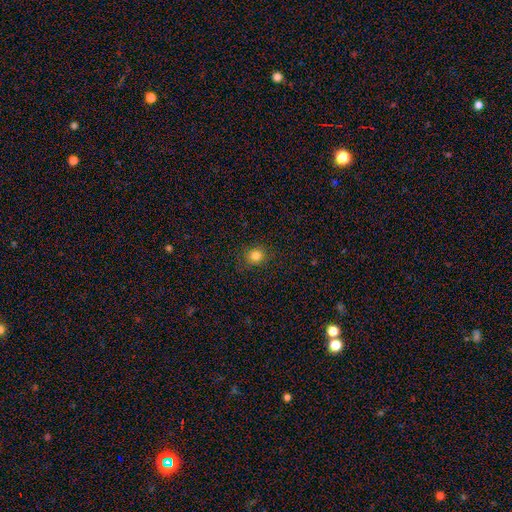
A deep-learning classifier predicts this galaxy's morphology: smooth 82%, star or artifact 13%, featured or disk 5%. Down the decision tree: how rounded — round (87%); merging — none (87%).